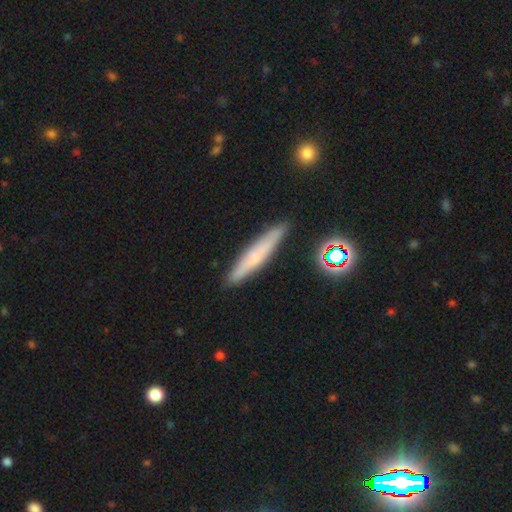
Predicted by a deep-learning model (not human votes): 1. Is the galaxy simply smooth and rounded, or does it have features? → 57% smooth, 33% featured or disk, 10% star or artifact.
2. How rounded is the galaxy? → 91% cigar-shaped, 7% in between, 2% round.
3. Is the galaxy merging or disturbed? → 86% none, 10% minor disturbance, 2% merger, 2% major disturbance.